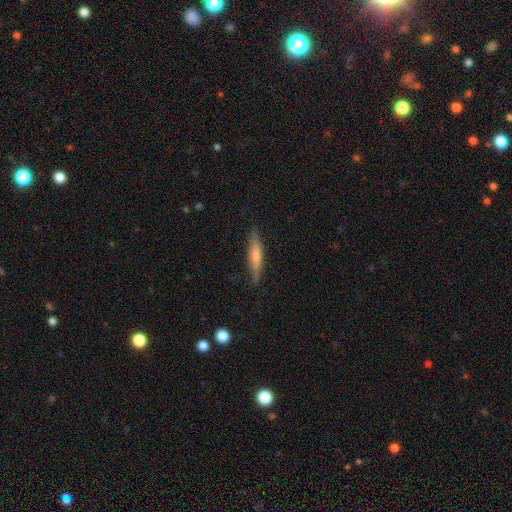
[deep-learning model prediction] Smooth or featured? smooth (48%)
Merging? none (84%)